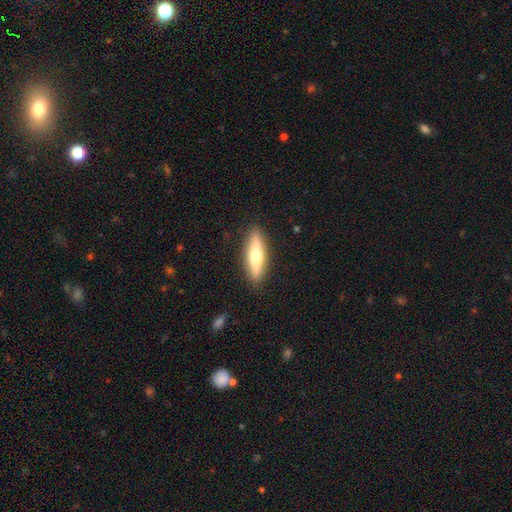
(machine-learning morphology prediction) smooth_or_featured: smooth (p=0.53) [alt: featured or disk p=0.41]
how_rounded: cigar-shaped (p=0.70) [alt: in between p=0.28]
merging: none (p=0.90) [alt: minor disturbance p=0.08]